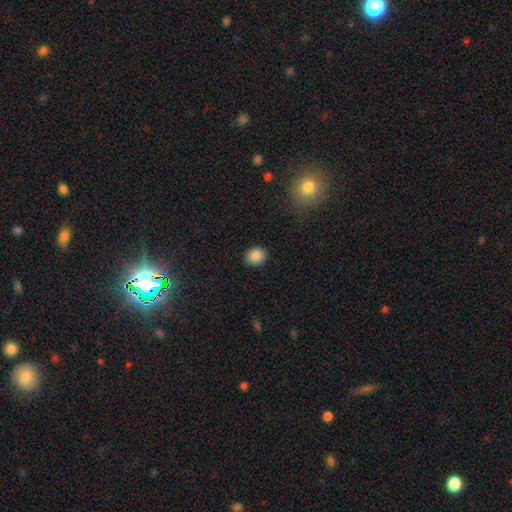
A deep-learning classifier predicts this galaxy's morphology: smooth_or_featured: smooth (p=0.87) [alt: star or artifact p=0.09]
how_rounded: round (p=0.60) [alt: in between p=0.39]
merging: none (p=0.89) [alt: minor disturbance p=0.07]